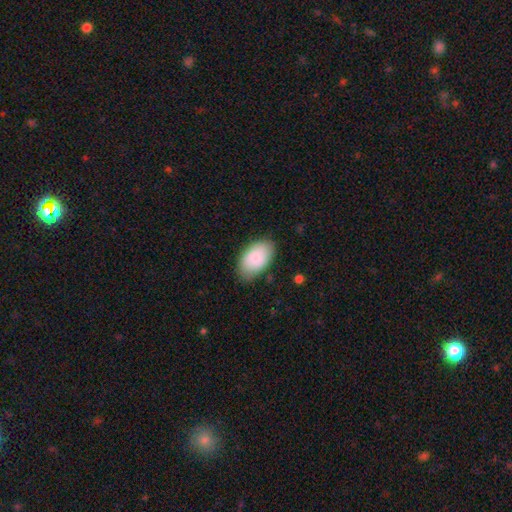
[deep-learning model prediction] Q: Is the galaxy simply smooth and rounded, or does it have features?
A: smooth — 86%.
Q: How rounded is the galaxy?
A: in between — 94%.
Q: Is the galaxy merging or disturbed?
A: none — 79%.